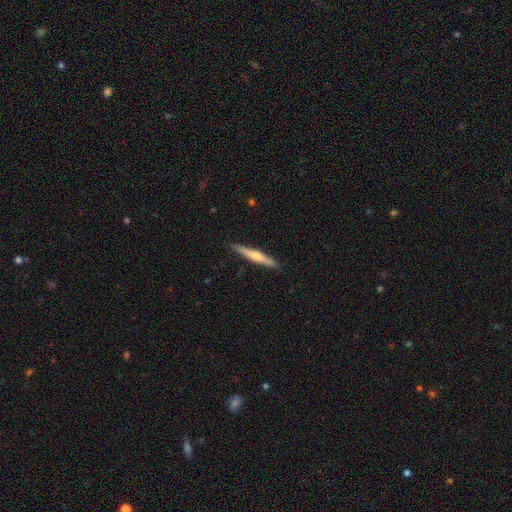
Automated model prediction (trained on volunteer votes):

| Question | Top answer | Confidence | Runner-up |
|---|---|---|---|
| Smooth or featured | featured or disk | 59% | smooth (36%) |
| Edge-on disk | yes | 97% | no (3%) |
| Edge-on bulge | rounded | 85% | none (11%) |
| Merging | none | 91% | minor disturbance (7%) |